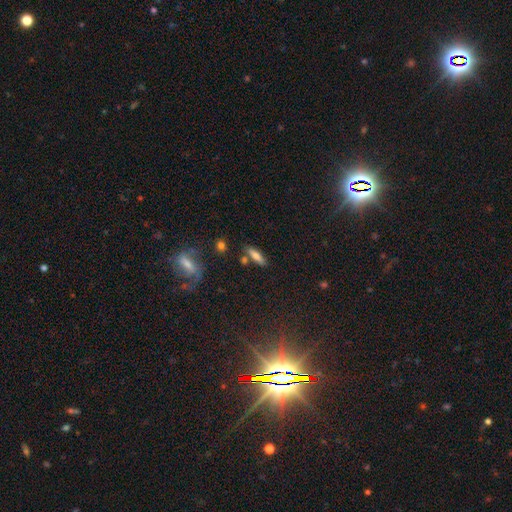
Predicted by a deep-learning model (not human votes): A smooth galaxy with no disk features (68%) that is cigar-shaped (66%).

Vote fractions:
- Smooth or featured? smooth: 68% / featured or disk: 24% / star or artifact: 9%
- How rounded? cigar-shaped: 66% / in between: 31% / round: 3%
- Merging? none: 75% / minor disturbance: 13% / merger: 9% / major disturbance: 4%